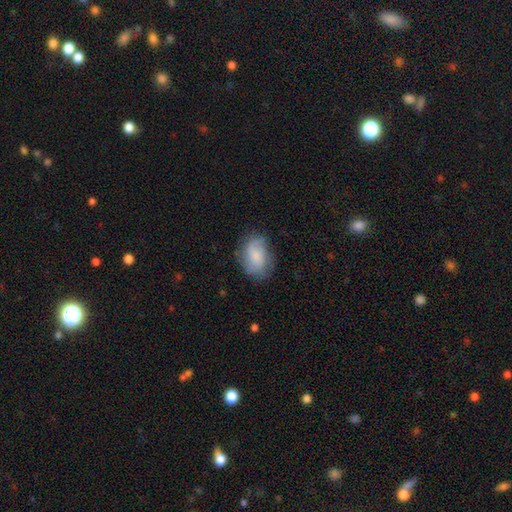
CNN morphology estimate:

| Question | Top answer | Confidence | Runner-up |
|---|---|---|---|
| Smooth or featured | smooth | 59% | featured or disk (33%) |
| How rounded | in between | 78% | round (21%) |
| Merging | none | 61% | minor disturbance (26%) |